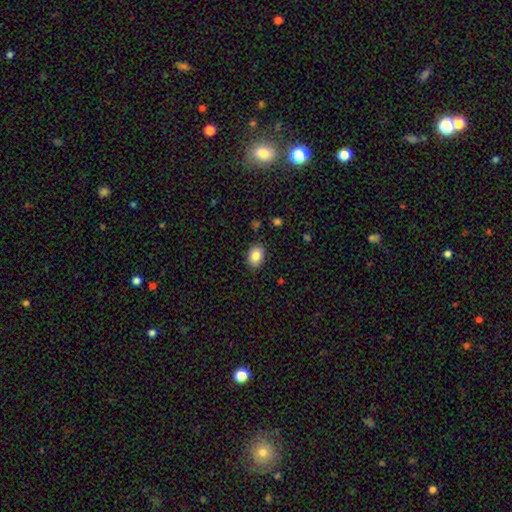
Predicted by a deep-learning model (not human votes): This is clearly a smooth galaxy (84%). How rounded: likely in between (76%). Merging: clearly none (86%).